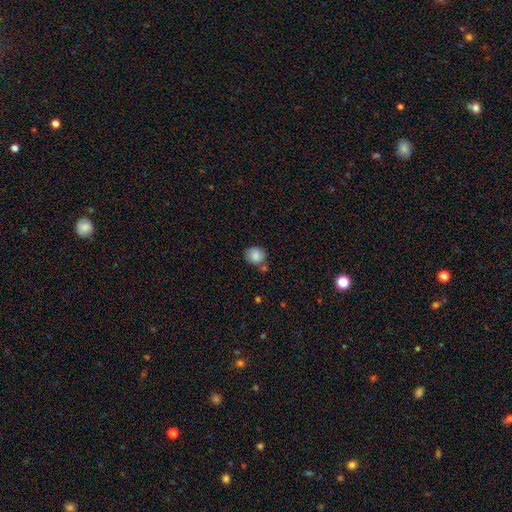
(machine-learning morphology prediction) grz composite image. It shows a smooth galaxy with no disk features (83%) that is round (70%). Merging: none (60%).